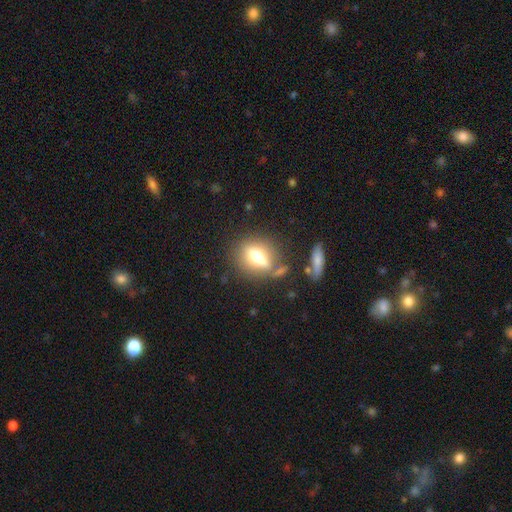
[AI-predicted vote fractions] A smooth galaxy with no disk features (59%) that is in between round and cigar-shaped (59%). Merging: none (65%).